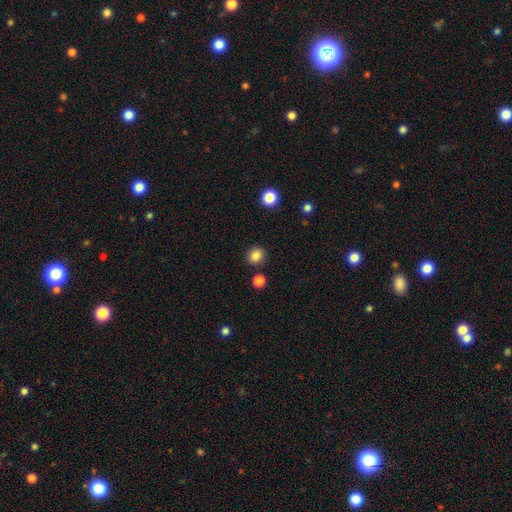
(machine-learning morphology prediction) type=smooth (85%); roundness=round (87%); merging=none (89%).